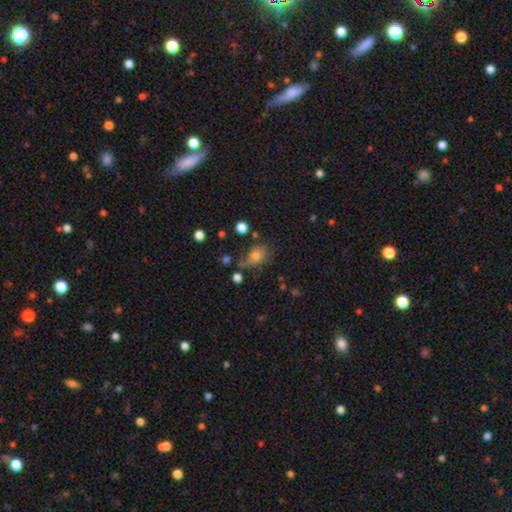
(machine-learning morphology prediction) This is likely a smooth galaxy (71%). How rounded: likely in between (62%). Merging: possibly none (55%).